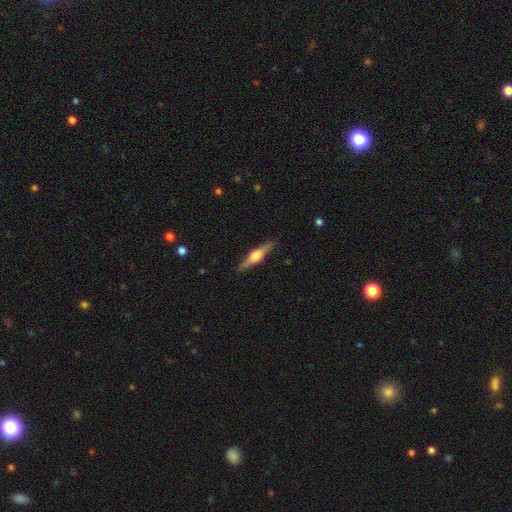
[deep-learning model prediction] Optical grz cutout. It shows a featured or disk galaxy (71%) viewed edge-on (97%) with a rounded central bulge (89%). Merging: none (89%).